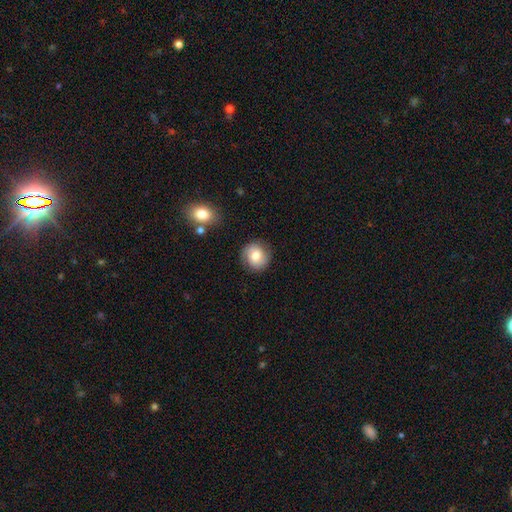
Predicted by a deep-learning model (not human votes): Smooth or featured? smooth (69%)
How rounded? round (86%)
Merging? none (83%)